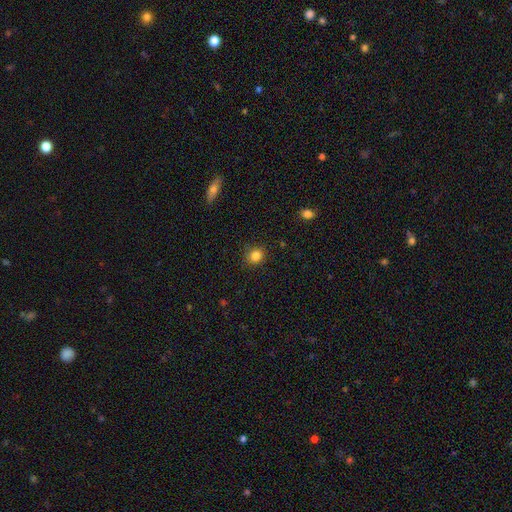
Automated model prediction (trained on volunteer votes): Overall: smooth (85%). How rounded: round (76%). Merging: none (86%).